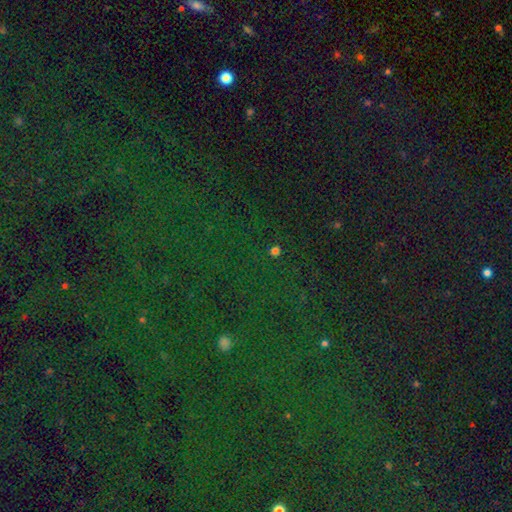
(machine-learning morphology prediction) Smooth or featured? star or artifact (81%)